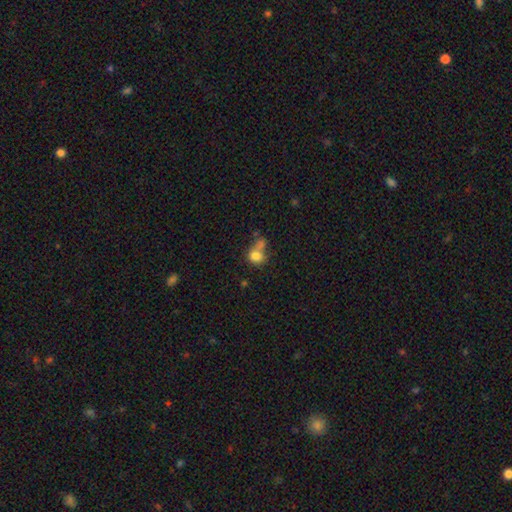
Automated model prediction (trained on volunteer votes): Smooth or featured? Predicted: smooth (p=0.78). How rounded? Predicted: round (p=0.68). Merging? Predicted: merger (p=0.44).